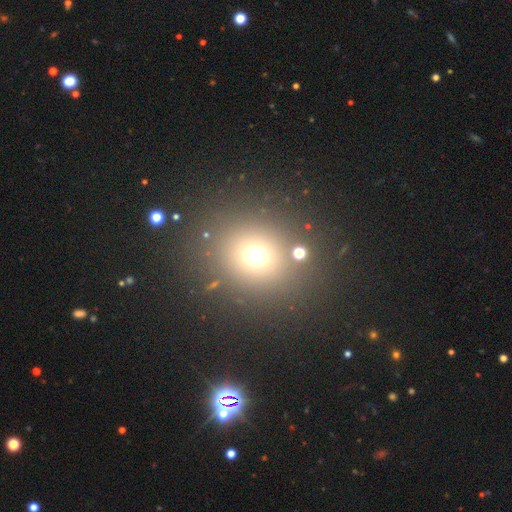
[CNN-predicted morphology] Q: Smooth or featured?
A: smooth (66%); runner-up: star or artifact (24%)
Q: How rounded?
A: round (70%); runner-up: in between (29%)
Q: Merging?
A: none (80%); runner-up: minor disturbance (9%)